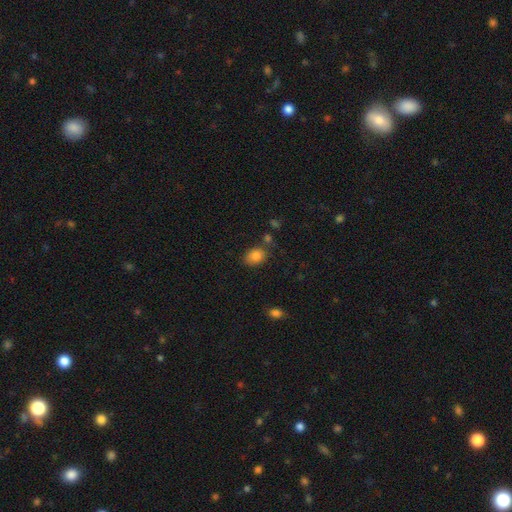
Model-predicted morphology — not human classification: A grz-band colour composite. It shows a smooth galaxy with no disk features (84%) that is in between round and cigar-shaped (67%). Merging: none (73%).